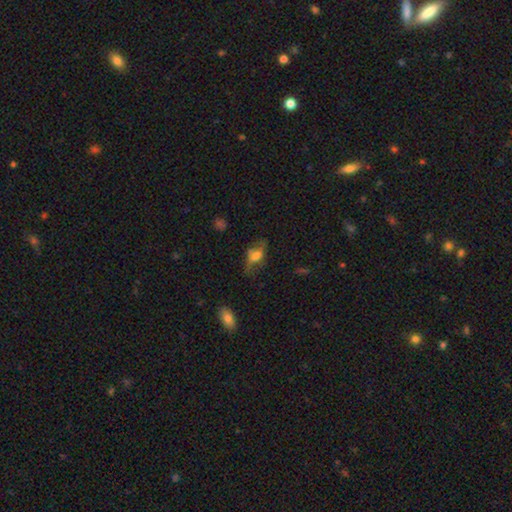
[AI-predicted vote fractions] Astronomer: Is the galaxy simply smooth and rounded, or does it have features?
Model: smooth — 57%.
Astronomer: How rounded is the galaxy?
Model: in between — 83%.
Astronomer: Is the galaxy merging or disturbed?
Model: none — 47% (runner-up: minor disturbance, 27%).